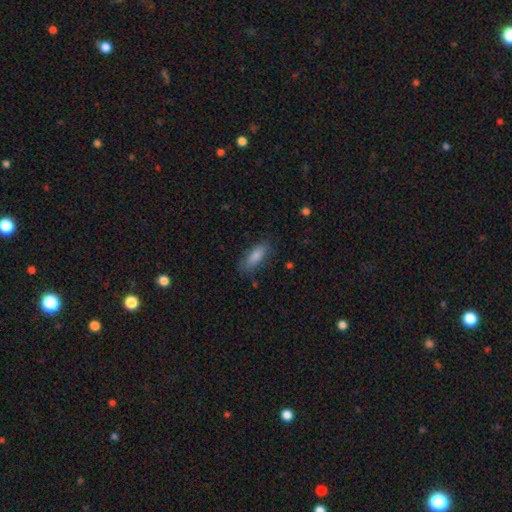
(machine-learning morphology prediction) A smooth galaxy with no disk features (80%) that is in between round and cigar-shaped (61%).

Vote fractions:
- Smooth or featured? smooth: 80% / featured or disk: 12% / star or artifact: 8%
- How rounded? in between: 61% / cigar-shaped: 37% / round: 2%
- Merging? none: 80% / minor disturbance: 14% / major disturbance: 4% / merger: 2%